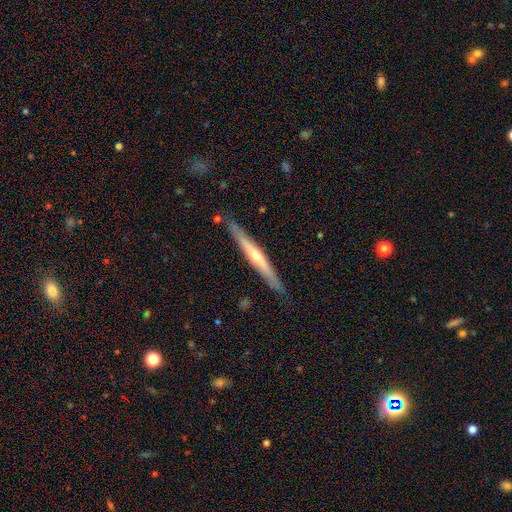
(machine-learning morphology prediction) Smooth or featured? featured or disk (63%)
Edge-on disk? yes (96%)
Edge-on bulge? rounded (64%)
Merging? none (87%)